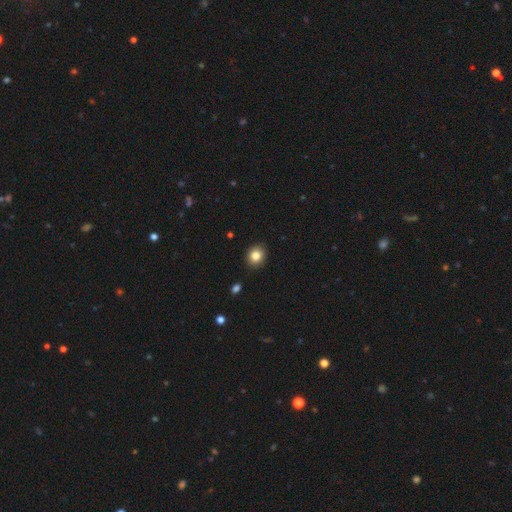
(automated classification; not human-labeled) smooth-or-featured: smooth: 84% | star or artifact: 10% | featured or disk: 6%
  how-rounded: round: 70% | in between: 29% | cigar-shaped: 1%
  merging: none: 89% | minor disturbance: 8% | major disturbance: 2% | merger: 1%